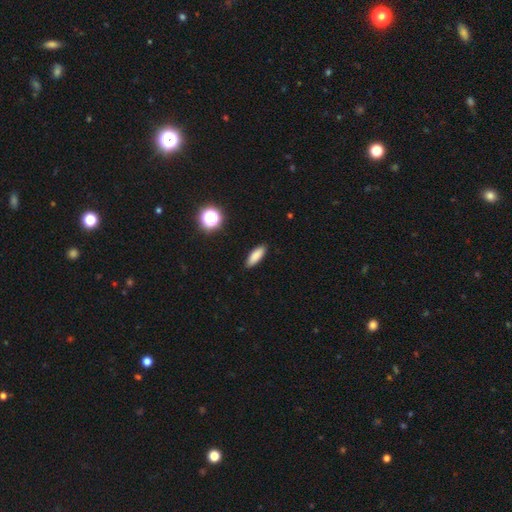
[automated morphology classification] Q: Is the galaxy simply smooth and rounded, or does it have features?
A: smooth — 85%.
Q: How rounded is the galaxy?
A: in between — 62%.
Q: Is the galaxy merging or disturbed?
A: none — 90%.